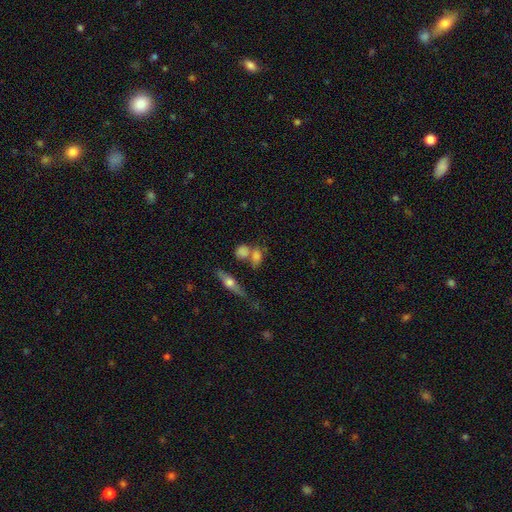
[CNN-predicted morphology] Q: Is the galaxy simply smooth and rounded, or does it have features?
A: smooth — 68%.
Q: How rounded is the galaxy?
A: in between — 59%.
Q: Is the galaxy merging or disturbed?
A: none — 46%.